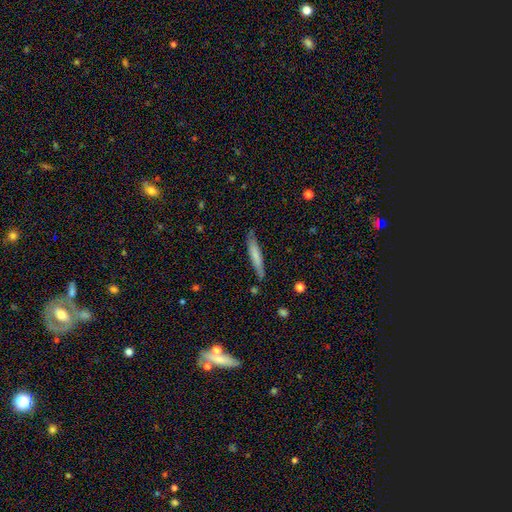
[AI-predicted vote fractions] Smooth or featured: smooth — 68% (featured or disk — 27%)
How rounded: cigar-shaped — 92% (in between — 6%)
Merging: none — 81% (minor disturbance — 15%)